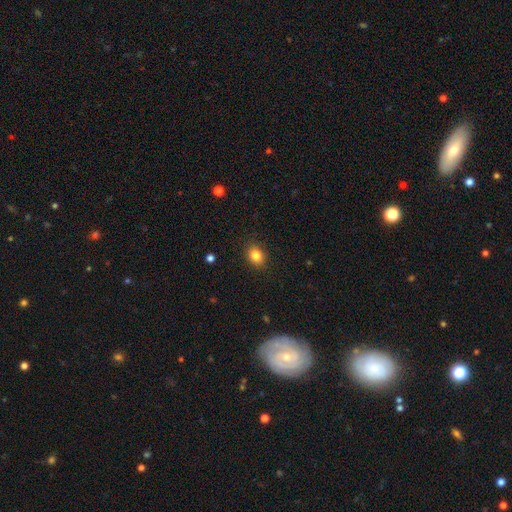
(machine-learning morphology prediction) type=smooth (84%); roundness=in between (59%); merging=none (88%).